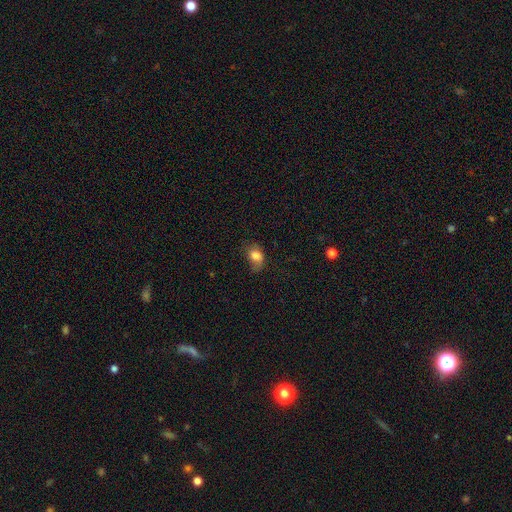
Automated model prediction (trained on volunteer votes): smooth-or-featured: smooth: 80% | featured or disk: 11% | star or artifact: 10%
  how-rounded: in between: 65% | round: 34% | cigar-shaped: 1%
  merging: none: 45% | minor disturbance: 34% | major disturbance: 19% | merger: 2%